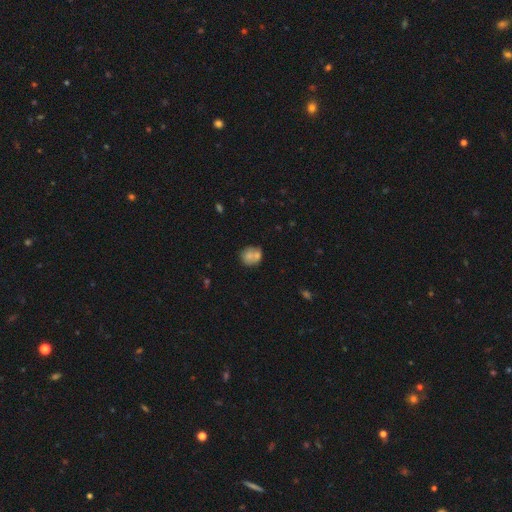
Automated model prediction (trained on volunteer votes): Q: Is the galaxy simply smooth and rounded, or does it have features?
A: smooth — 66%.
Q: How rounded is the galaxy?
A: round — 74%.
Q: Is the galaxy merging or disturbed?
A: none — 45%.